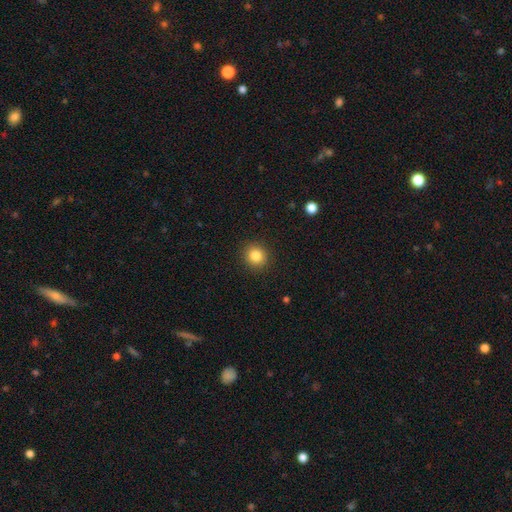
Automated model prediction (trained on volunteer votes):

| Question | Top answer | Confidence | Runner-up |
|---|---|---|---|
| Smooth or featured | smooth | 85% | star or artifact (10%) |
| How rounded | round | 91% | in between (8%) |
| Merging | none | 91% | minor disturbance (6%) |